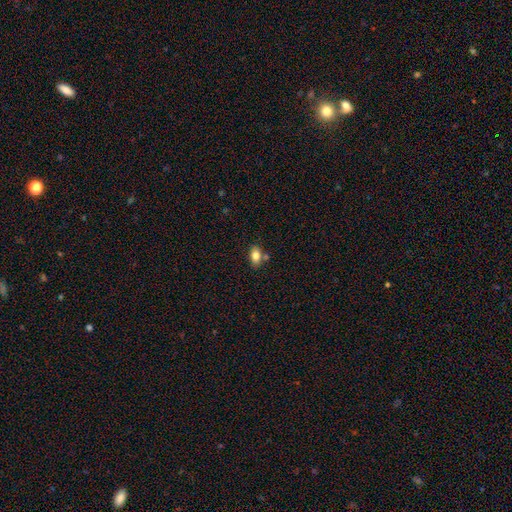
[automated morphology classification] A smooth galaxy with no disk features (81%) that is in between round and cigar-shaped (87%).

Vote fractions:
- Smooth or featured? smooth: 81% / featured or disk: 10% / star or artifact: 9%
- How rounded? in between: 87% / round: 10% / cigar-shaped: 3%
- Merging? none: 70% / merger: 14% / minor disturbance: 13% / major disturbance: 3%